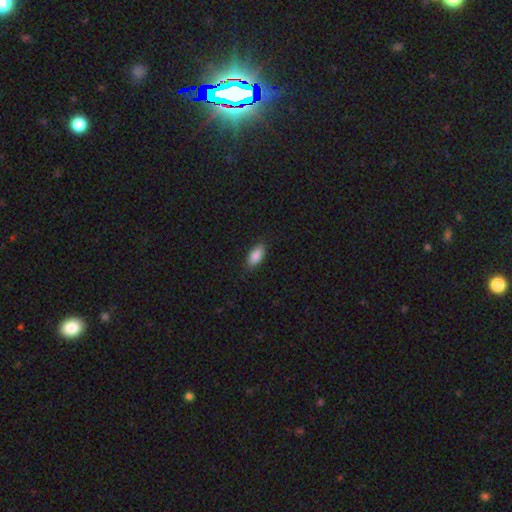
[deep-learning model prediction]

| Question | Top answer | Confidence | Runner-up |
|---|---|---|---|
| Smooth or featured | smooth | 88% | star or artifact (7%) |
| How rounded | in between | 89% | cigar-shaped (8%) |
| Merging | none | 87% | minor disturbance (10%) |